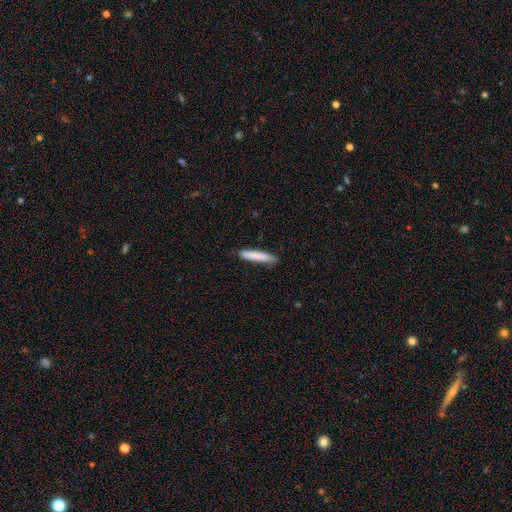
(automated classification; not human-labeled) The model was most divided on "smooth or featured": smooth: 82%, featured or disk: 12%, star or artifact: 6%. More confident: how rounded — cigar-shaped (93%); merging — none (85%).